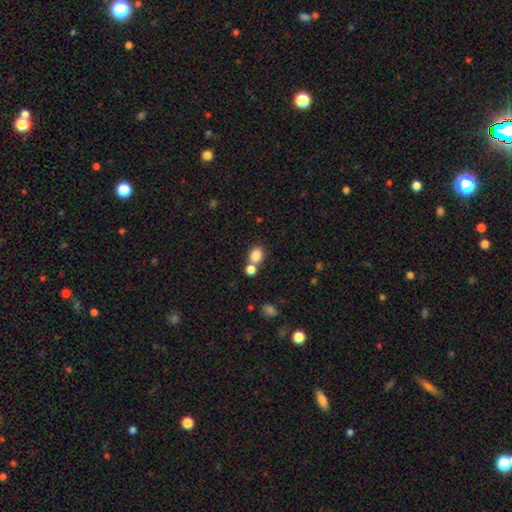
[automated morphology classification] Smooth or featured?
  - smooth: 83% *
  - star or artifact: 11%
  - featured or disk: 6%
How rounded?
  - round: 60% *
  - in between: 39%
  - cigar-shaped: 1%
Merging?
  - none: 54% *
  - merger: 34%
  - minor disturbance: 9%
  - major disturbance: 4%